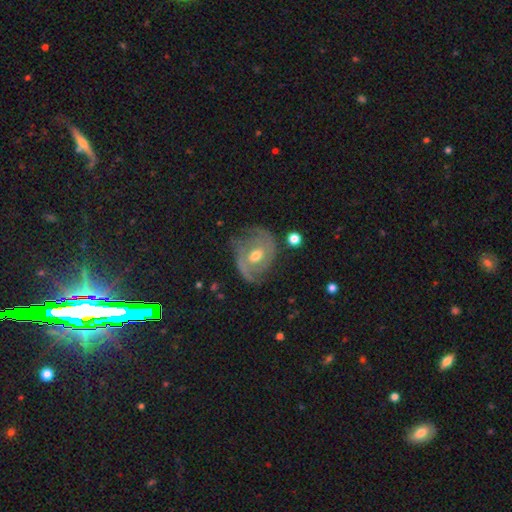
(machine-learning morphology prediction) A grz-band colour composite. It shows a featured or disk galaxy (81%) with no bar (49%), 2 (58%) tight (45%) spiral arms (90%) and a moderate central bulge (75%). Merging: none (63%).